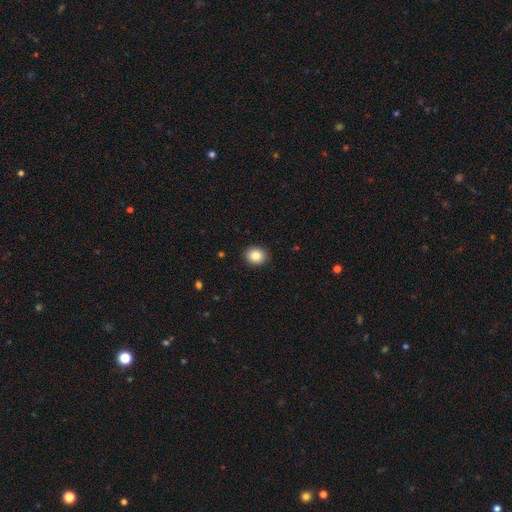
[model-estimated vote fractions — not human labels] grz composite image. It shows a smooth galaxy with no disk features (87%) that is round (67%). Merging: none (91%).